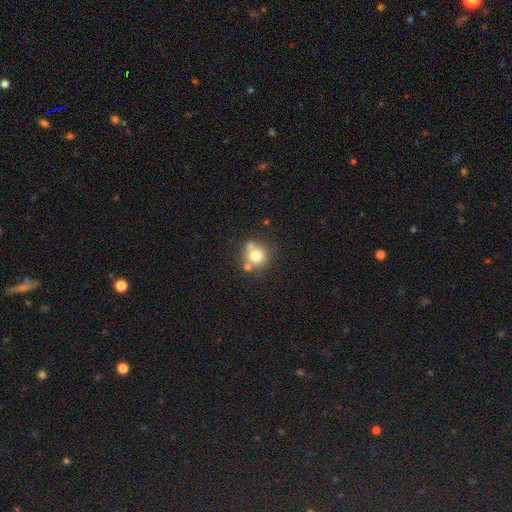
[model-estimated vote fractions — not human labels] Morphology: type=smooth (72%); roundness=round (88%); merging=none (58%).